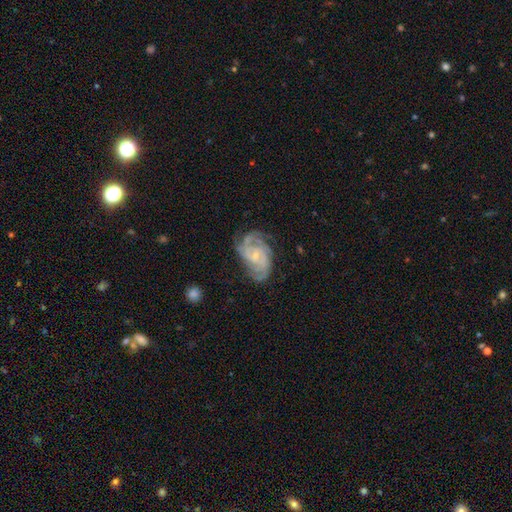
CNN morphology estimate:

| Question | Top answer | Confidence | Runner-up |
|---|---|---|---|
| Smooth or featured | featured or disk | 86% | smooth (8%) |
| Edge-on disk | no | 98% | yes (2%) |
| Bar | no | 60% | weak (33%) |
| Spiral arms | yes | 96% | no (4%) |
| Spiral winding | tight | 53% | medium (37%) |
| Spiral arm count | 2 | 28% | 3 (27%) |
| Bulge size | small | 68% | moderate (27%) |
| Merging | none | 62% | minor disturbance (23%) |